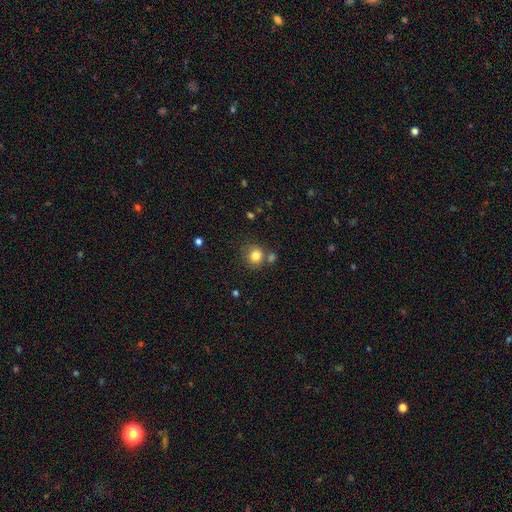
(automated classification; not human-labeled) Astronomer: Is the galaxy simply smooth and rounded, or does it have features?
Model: smooth — 81%.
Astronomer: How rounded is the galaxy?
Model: round — 87%.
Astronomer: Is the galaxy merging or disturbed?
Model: none — 67%.